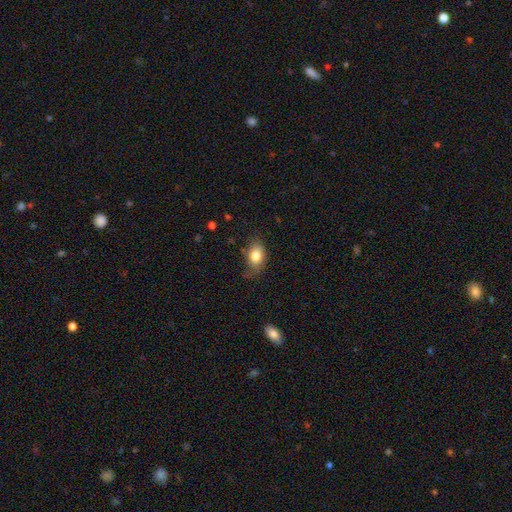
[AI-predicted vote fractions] smooth_or_featured: smooth (p=0.81) [alt: featured or disk p=0.10]
how_rounded: in between (p=0.79) [alt: round p=0.19]
merging: none (p=0.62) [alt: minor disturbance p=0.28]